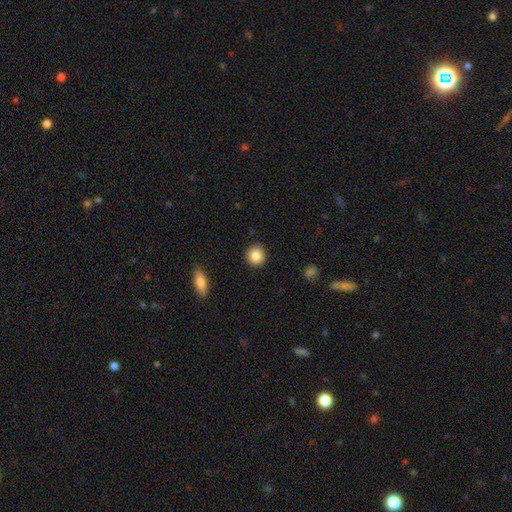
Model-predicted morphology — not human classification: This is clearly a smooth galaxy (86%). How rounded: clearly round (92%). Merging: clearly none (92%).